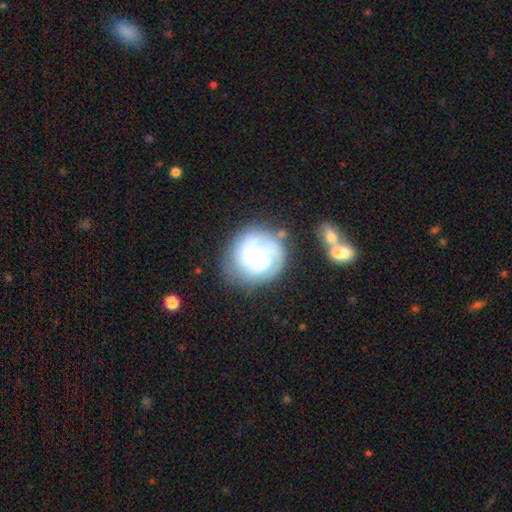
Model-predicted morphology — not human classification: The model was most divided on "spiral arm count": can't tell: 34%, 3: 26%, 2: 22%, 4: 8%, 1: 7%, more than 4: 4%. Remaining: edge-on disk — no (98%); spiral arms — yes (86%); bar — no (68%); smooth or featured — featured or disk (68%); merging — none (63%); spiral winding — tight (63%); bulge size — small (42%).